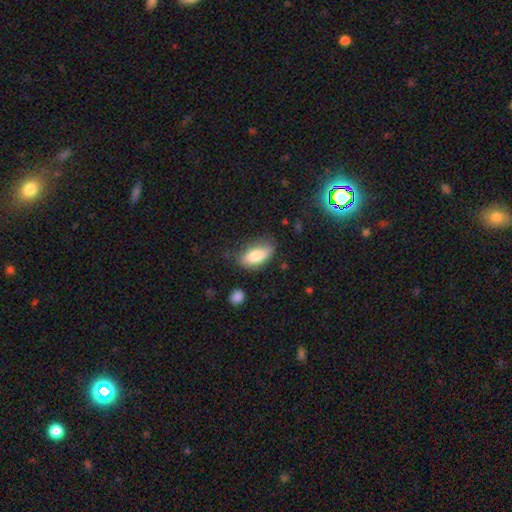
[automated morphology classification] Smooth or featured?
  - smooth: 78% *
  - featured or disk: 15%
  - star or artifact: 7%
How rounded?
  - in between: 86% *
  - cigar-shaped: 11%
  - round: 3%
Merging?
  - none: 61% *
  - minor disturbance: 28%
  - major disturbance: 9%
  - merger: 3%